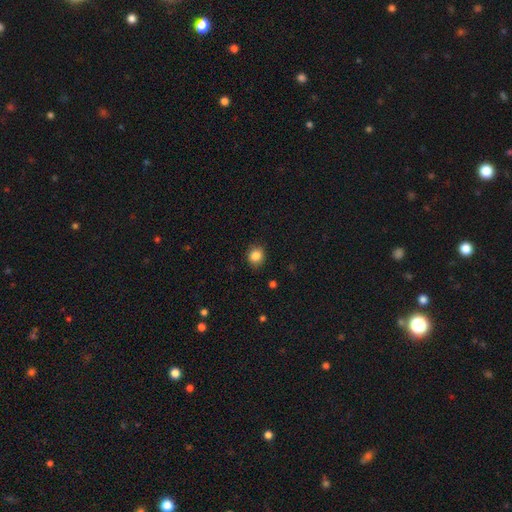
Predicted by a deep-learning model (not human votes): This is clearly a smooth galaxy (86%). How rounded: likely round (76%). Merging: clearly none (86%).